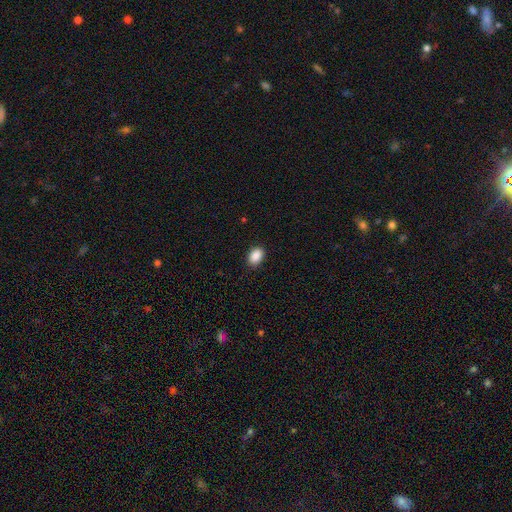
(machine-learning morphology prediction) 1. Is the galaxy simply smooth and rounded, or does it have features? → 90% smooth, 7% star or artifact, 2% featured or disk.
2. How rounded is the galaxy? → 83% in between, 15% round, 1% cigar-shaped.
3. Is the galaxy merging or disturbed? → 87% none, 10% minor disturbance, 2% major disturbance, 1% merger.